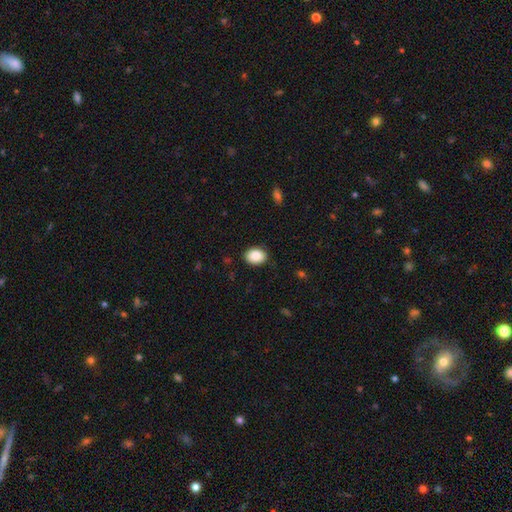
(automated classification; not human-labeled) Smooth or featured: smooth — 89% (star or artifact — 7%)
How rounded: in between — 72% (round — 27%)
Merging: none — 87% (minor disturbance — 10%)